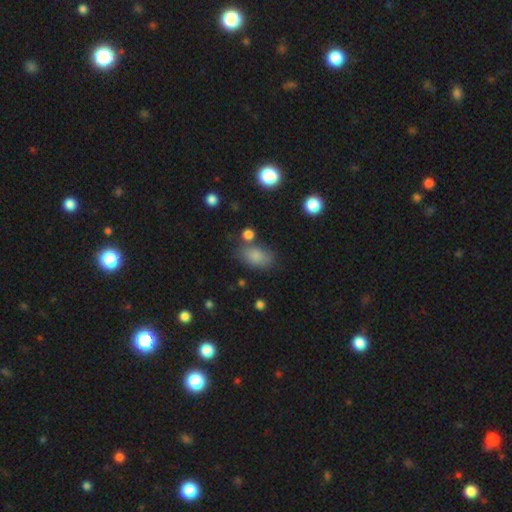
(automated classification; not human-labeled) smooth_or_featured: smooth (p=0.82) [alt: star or artifact p=0.11]
how_rounded: in between (p=0.87) [alt: round p=0.11]
merging: none (p=0.65) [alt: minor disturbance p=0.19]